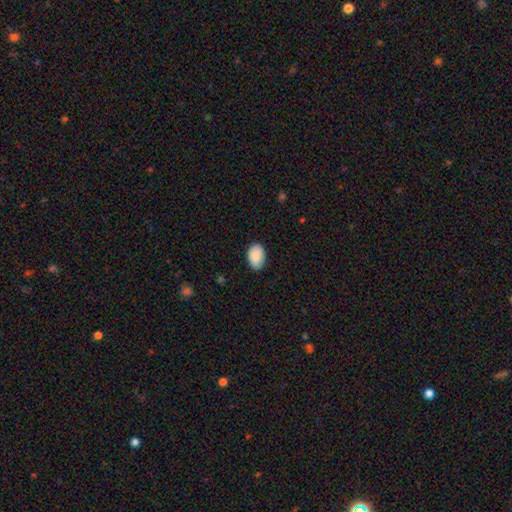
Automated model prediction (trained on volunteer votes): Smooth or featured: smooth — 90% (star or artifact — 6%)
How rounded: in between — 90% (round — 9%)
Merging: none — 83% (minor disturbance — 14%)